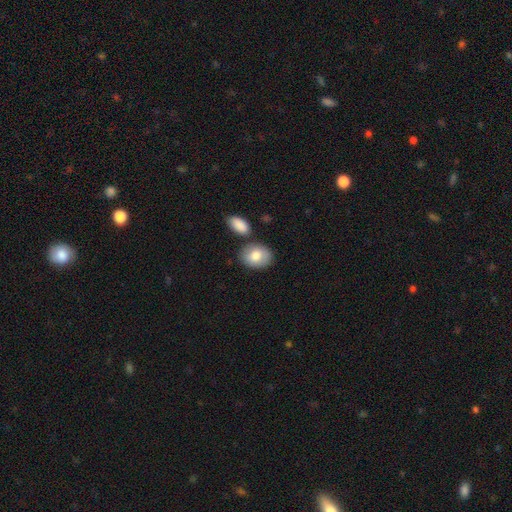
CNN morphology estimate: Overall: smooth (82%). How rounded: in between (70%). Merging: none (72%).